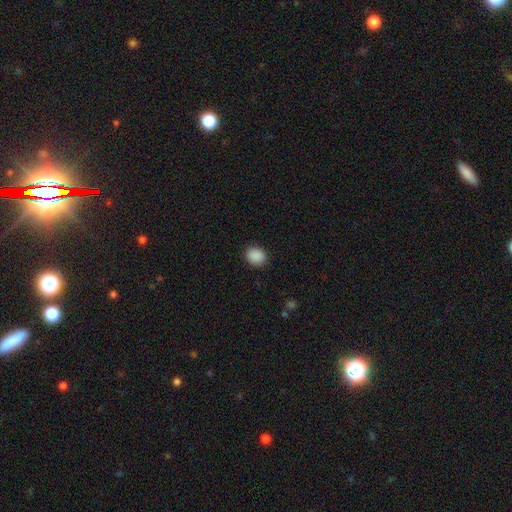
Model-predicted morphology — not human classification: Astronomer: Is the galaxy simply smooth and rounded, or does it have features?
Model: smooth — 89%.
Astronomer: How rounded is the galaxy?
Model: round — 55% (runner-up: in between, 44%).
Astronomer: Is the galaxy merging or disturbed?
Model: none — 89%.